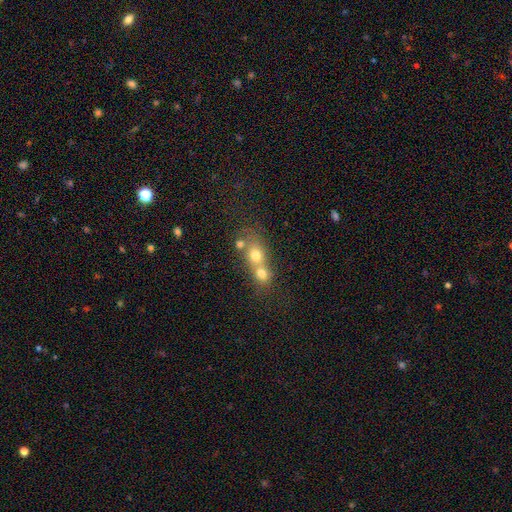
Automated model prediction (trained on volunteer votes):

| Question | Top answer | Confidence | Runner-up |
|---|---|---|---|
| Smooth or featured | smooth | 66% | featured or disk (21%) |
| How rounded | round | 62% | in between (35%) |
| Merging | merger | 69% | none (23%) |